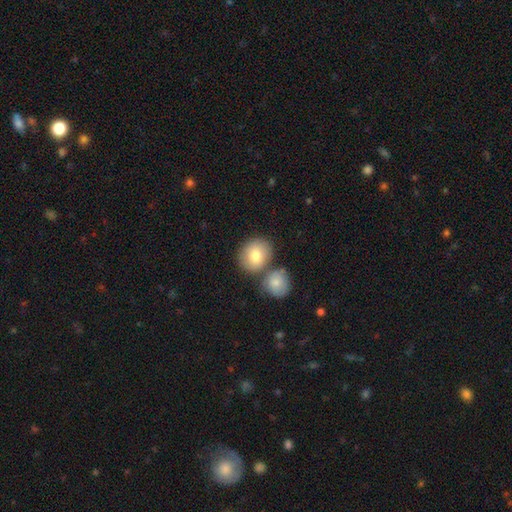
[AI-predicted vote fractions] This is clearly a smooth galaxy (81%). How rounded: likely round (70%). Merging: likely none (62%).